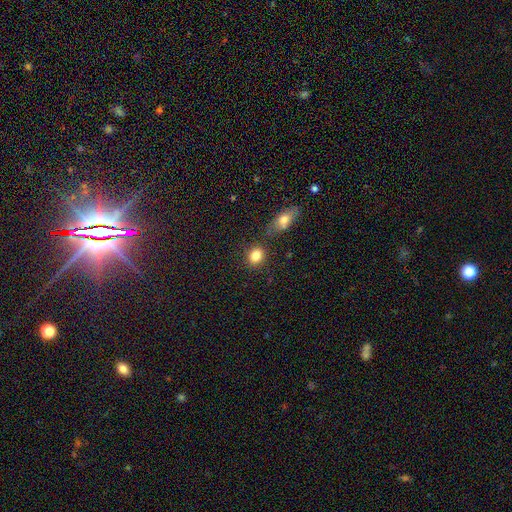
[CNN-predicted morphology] This appears to be a smooth galaxy with no disk features (83%) that is round (60%). Merging: none (79%).